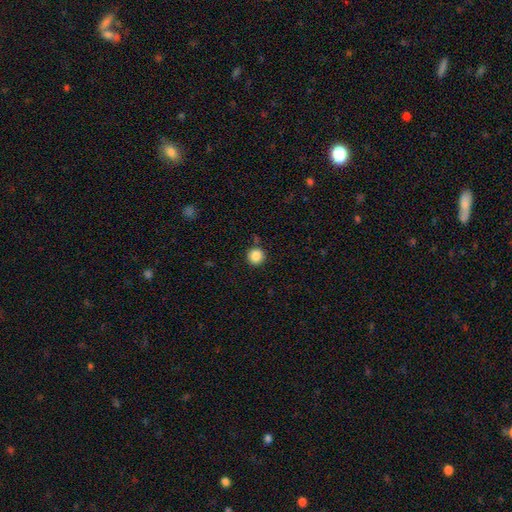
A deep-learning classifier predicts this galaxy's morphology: A smooth galaxy with no disk features (87%) that is round (96%). Merging: none (87%).